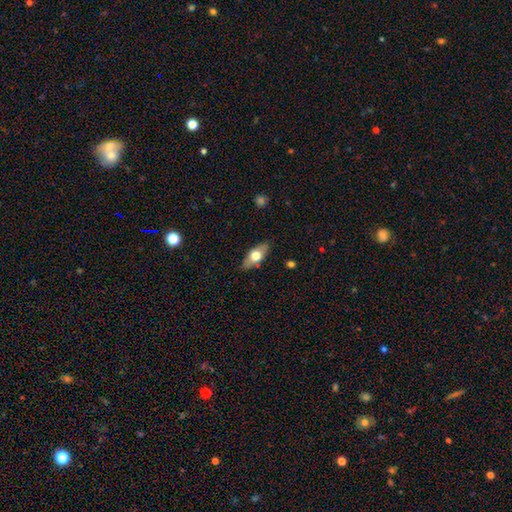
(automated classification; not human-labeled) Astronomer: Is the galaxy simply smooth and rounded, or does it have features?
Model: smooth — 58% (runner-up: featured or disk, 36%).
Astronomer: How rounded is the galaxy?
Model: in between — 82%.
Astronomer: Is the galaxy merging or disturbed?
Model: none — 85%.